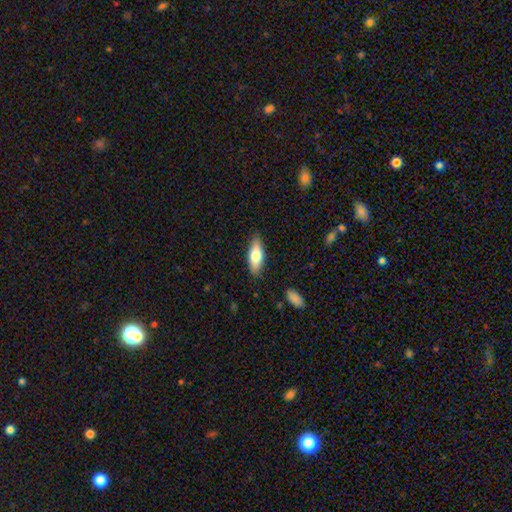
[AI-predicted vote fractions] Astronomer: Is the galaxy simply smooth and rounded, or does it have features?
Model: smooth — 67%.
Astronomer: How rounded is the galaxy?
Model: in between — 68%.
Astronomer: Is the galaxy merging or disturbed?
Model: none — 86%.